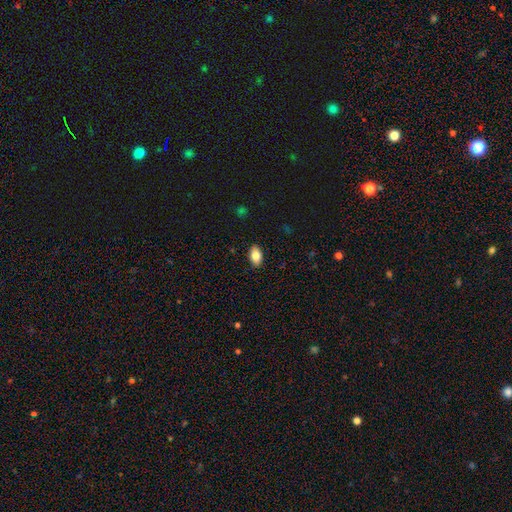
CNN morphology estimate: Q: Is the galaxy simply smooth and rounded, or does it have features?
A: smooth — 83%.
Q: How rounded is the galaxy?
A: in between — 91%.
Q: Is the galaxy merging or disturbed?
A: none — 89%.